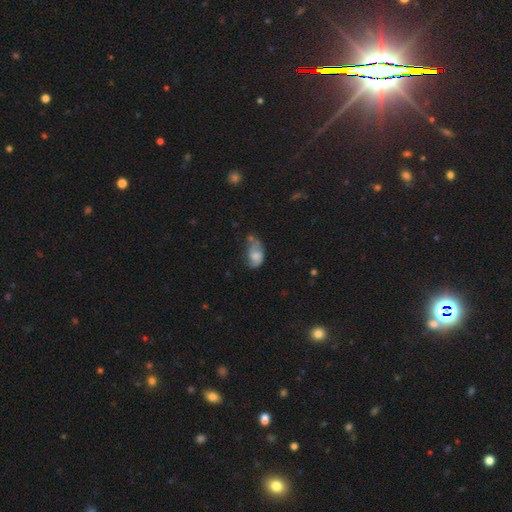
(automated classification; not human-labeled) Q: Smooth or featured?
A: smooth (54%); runner-up: featured or disk (37%)
Q: How rounded?
A: in between (88%); runner-up: round (10%)
Q: Merging?
A: minor disturbance (36%); runner-up: none (31%)